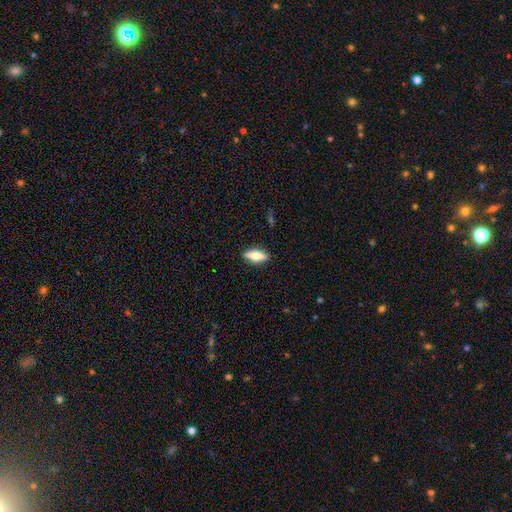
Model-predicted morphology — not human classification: Q: Smooth or featured?
A: smooth (53%); runner-up: featured or disk (40%)
Q: How rounded?
A: in between (62%); runner-up: cigar-shaped (35%)
Q: Merging?
A: none (88%); runner-up: minor disturbance (8%)